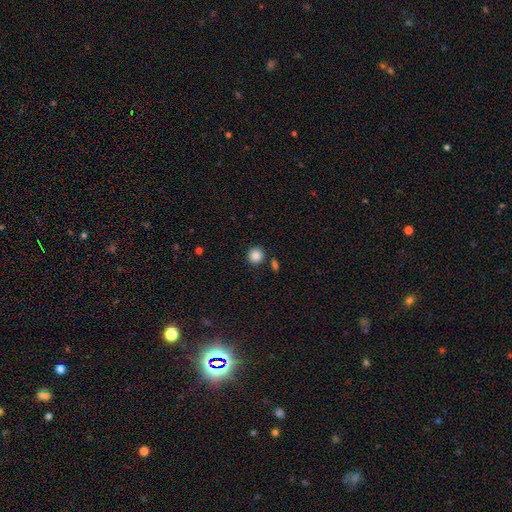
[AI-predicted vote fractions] A smooth galaxy with no disk features (87%) that is round (92%). Merging: none (85%).